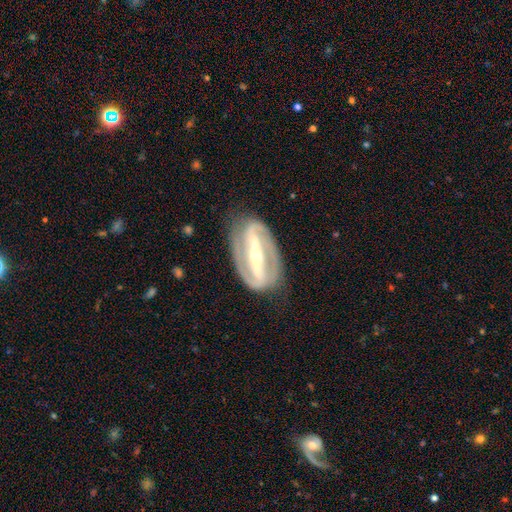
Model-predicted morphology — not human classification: This appears to be a featured or disk galaxy (90%) with a strong bar (85%), 2 (90%) tight (45%) spiral arms (90%) and a small central bulge (56%). Merging: none (80%).